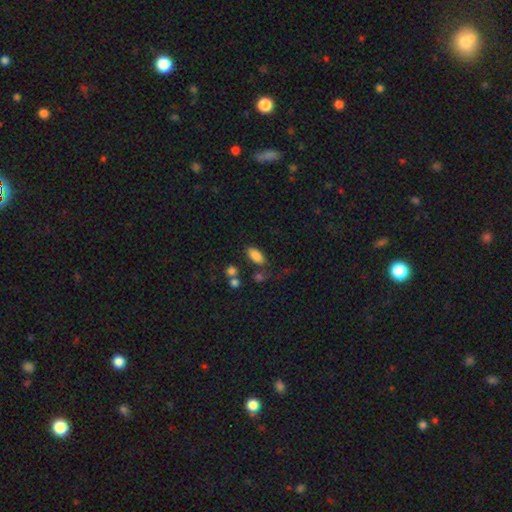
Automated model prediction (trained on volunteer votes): Q: Smooth or featured?
A: smooth (84%); runner-up: star or artifact (9%)
Q: How rounded?
A: in between (88%); runner-up: cigar-shaped (9%)
Q: Merging?
A: none (70%); runner-up: minor disturbance (16%)